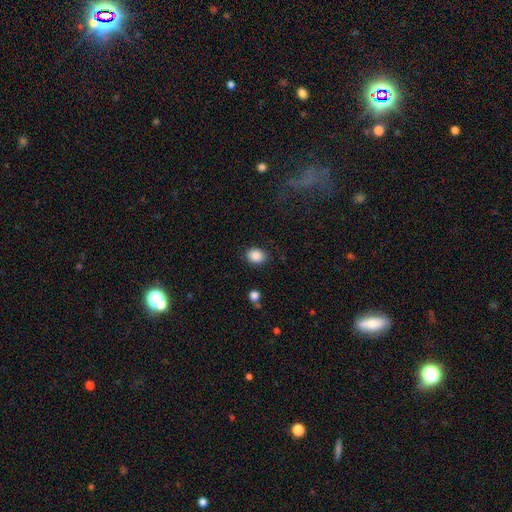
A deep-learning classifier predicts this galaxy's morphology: Smooth or featured? smooth (88%)
How rounded? in between (54%)
Merging? none (83%)